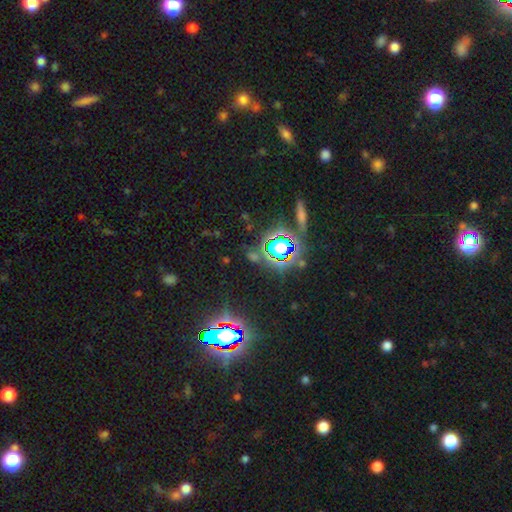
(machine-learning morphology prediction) star or artifact 71%, smooth 18%, featured or disk 11%.